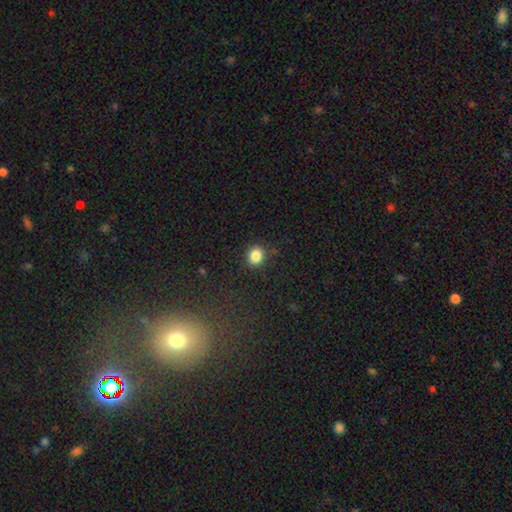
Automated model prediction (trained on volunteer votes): Smooth or featured? Predicted: smooth (p=0.85). How rounded? Predicted: round (p=0.64). Merging? Predicted: none (p=0.84).